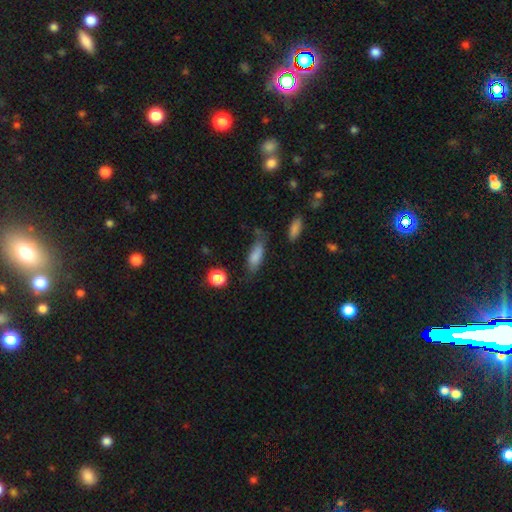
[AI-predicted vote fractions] Smooth or featured: smooth — 80% (featured or disk — 11%)
How rounded: in between — 66% (cigar-shaped — 31%)
Merging: none — 51% (minor disturbance — 30%)